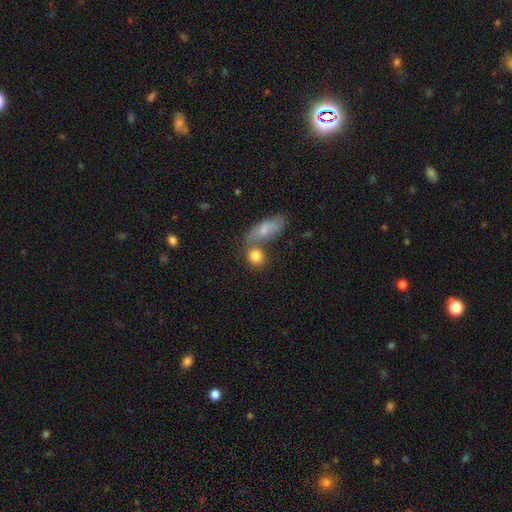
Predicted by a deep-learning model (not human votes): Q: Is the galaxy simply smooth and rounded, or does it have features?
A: smooth — 82%.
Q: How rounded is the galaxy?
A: round — 68%.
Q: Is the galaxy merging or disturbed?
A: none — 50%.